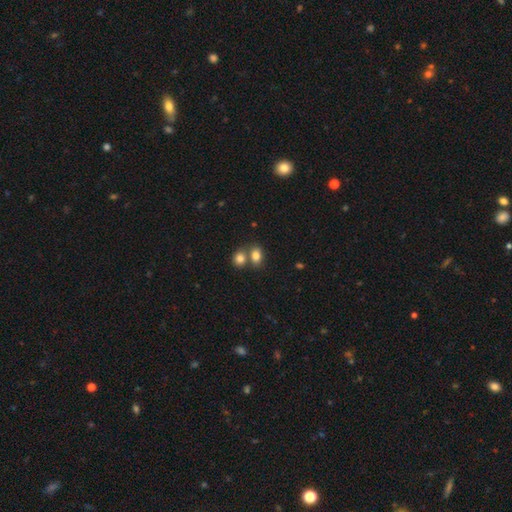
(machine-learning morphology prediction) type=smooth (83%); roundness=in between (72%); merging=merger (47%).